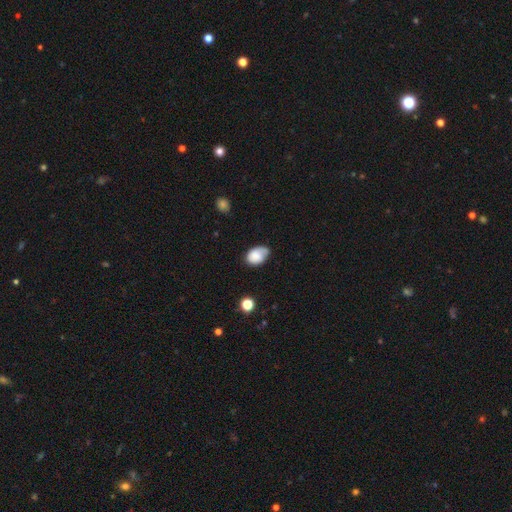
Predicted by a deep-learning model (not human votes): A smooth galaxy with no disk features (77%) that is in between round and cigar-shaped (81%). Merging: none (50%).